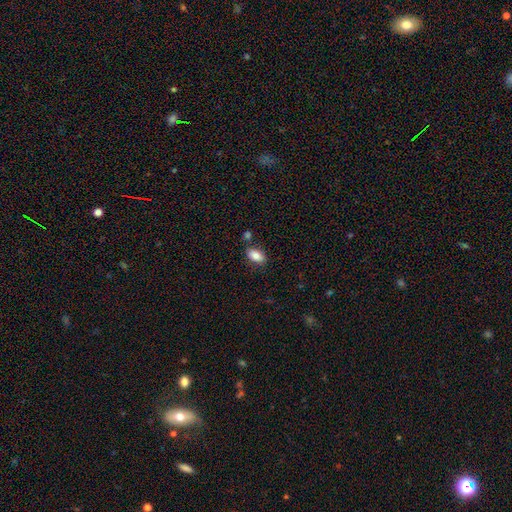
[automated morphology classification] This appears to be a smooth galaxy with no disk features (84%) that is in between round and cigar-shaped (92%). Merging: none (77%).